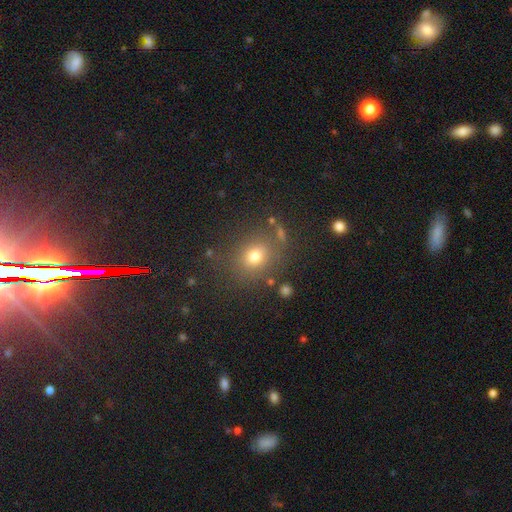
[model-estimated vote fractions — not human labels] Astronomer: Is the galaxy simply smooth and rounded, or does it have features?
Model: smooth — 62%.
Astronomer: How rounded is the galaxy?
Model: round — 69%.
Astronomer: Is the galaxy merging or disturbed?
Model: none — 78%.